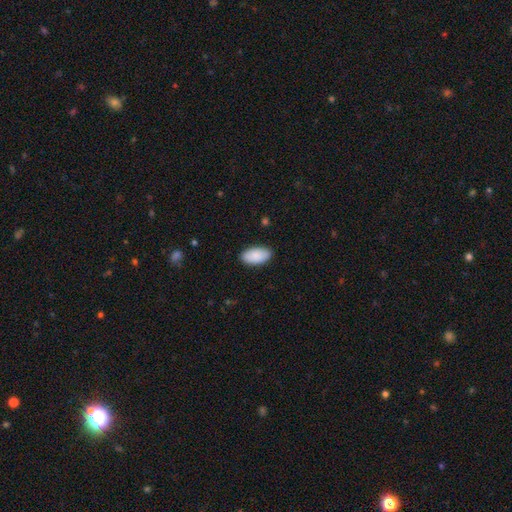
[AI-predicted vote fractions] smooth_or_featured: smooth (p=0.89) [alt: star or artifact p=0.06]
how_rounded: in between (p=0.96) [alt: round p=0.02]
merging: none (p=0.87) [alt: minor disturbance p=0.10]